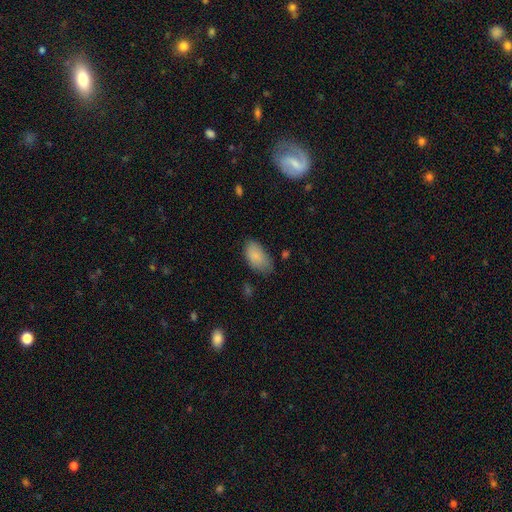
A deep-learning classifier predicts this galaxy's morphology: A smooth galaxy with no disk features (86%) that is in between round and cigar-shaped (94%). Merging: none (67%).